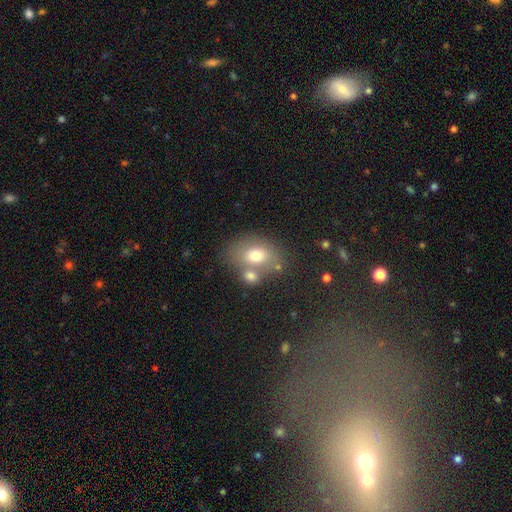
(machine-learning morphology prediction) A smooth galaxy with no disk features (71%) that is in between round and cigar-shaped (67%).

Vote fractions:
- Smooth or featured? smooth: 71% / featured or disk: 18% / star or artifact: 10%
- How rounded? in between: 67% / round: 31% / cigar-shaped: 1%
- Merging? none: 50% / merger: 30% / minor disturbance: 14% / major disturbance: 6%